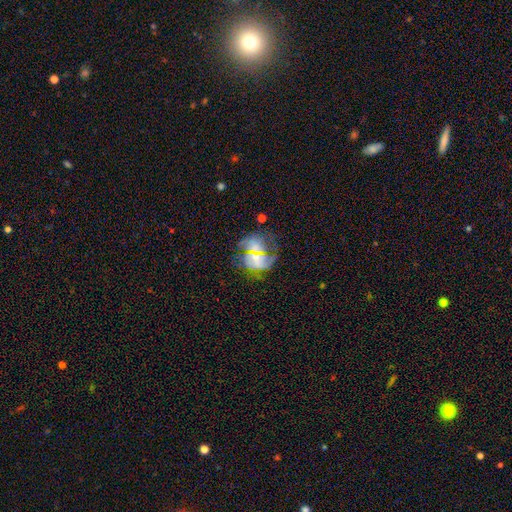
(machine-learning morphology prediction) Smooth or featured: featured or disk — 54% (smooth — 27%)
Edge-on disk: no — 96% (yes — 4%)
Bar: no — 60% (weak — 30%)
Spiral arms: yes — 75% (no — 25%)
Bulge size: small — 44% (moderate — 42%)
Merging: none — 57% (minor disturbance — 19%)